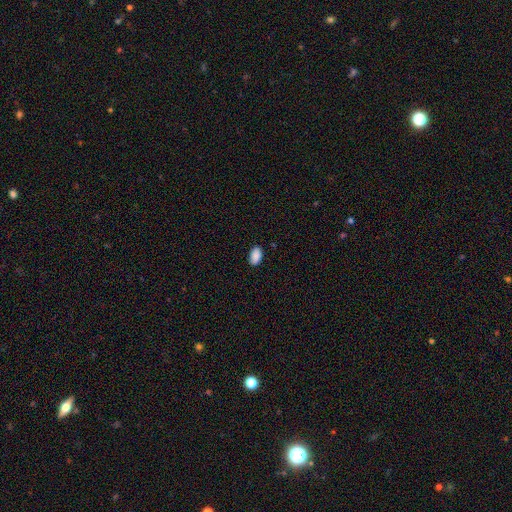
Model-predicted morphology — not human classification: smooth_or_featured: smooth (p=0.89) [alt: star or artifact p=0.07]
how_rounded: in between (p=0.93) [alt: round p=0.05]
merging: none (p=0.86) [alt: minor disturbance p=0.11]